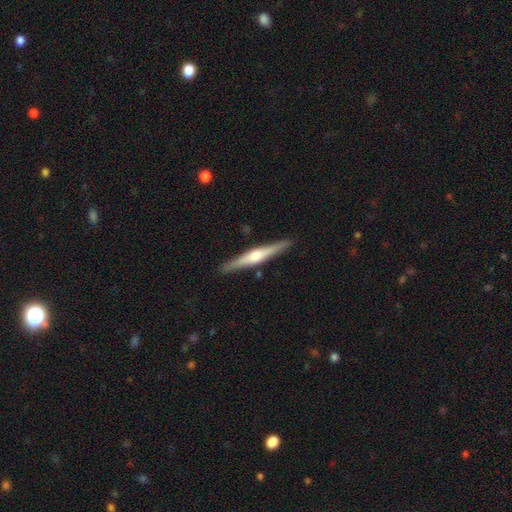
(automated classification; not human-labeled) smooth-or-featured: featured or disk: 70% | smooth: 25% | star or artifact: 5%
  disk-edge-on: yes: 98% | no: 2%
    edge-on-bulge: rounded: 88% | boxy: 6% | none: 5%
  merging: none: 90% | minor disturbance: 7% | major disturbance: 1% | merger: 1%